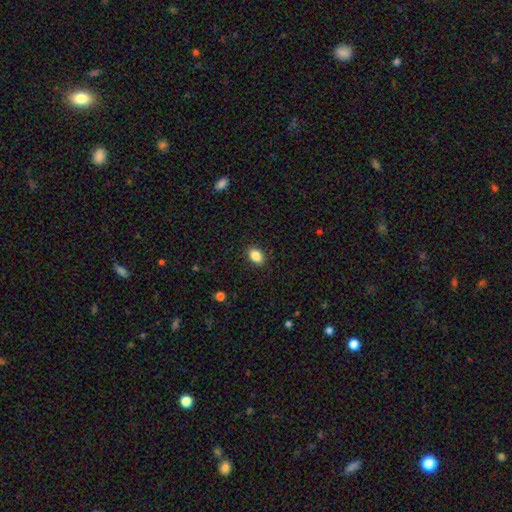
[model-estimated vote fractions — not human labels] Morphology: type=smooth (87%); roundness=in between (84%); merging=none (88%).